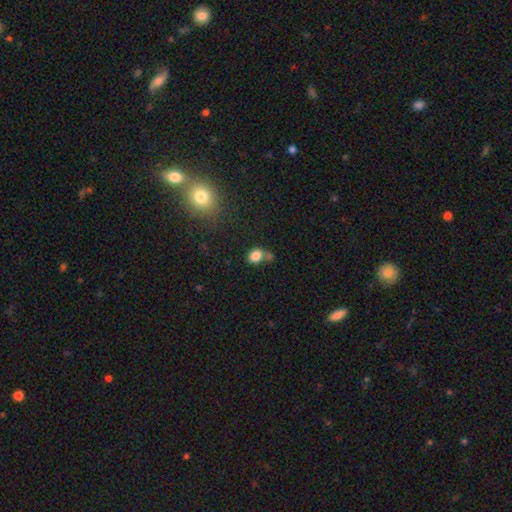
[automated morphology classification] The model was most divided on "how rounded": round: 56%, in between: 43%, cigar-shaped: 1%. More confident: smooth or featured — smooth (82%); merging — none (52%).